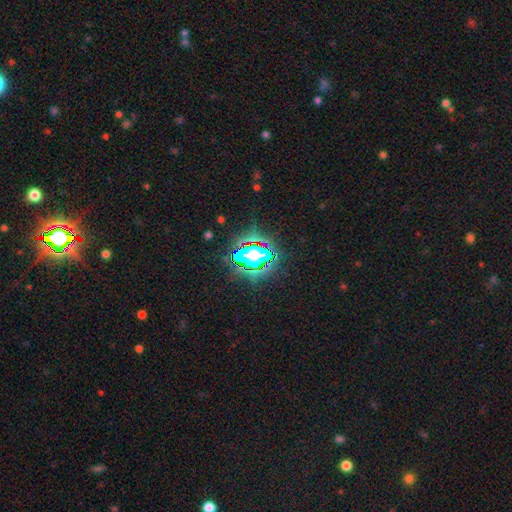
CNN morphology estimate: star or artifact 83%, smooth 10%, featured or disk 7%.